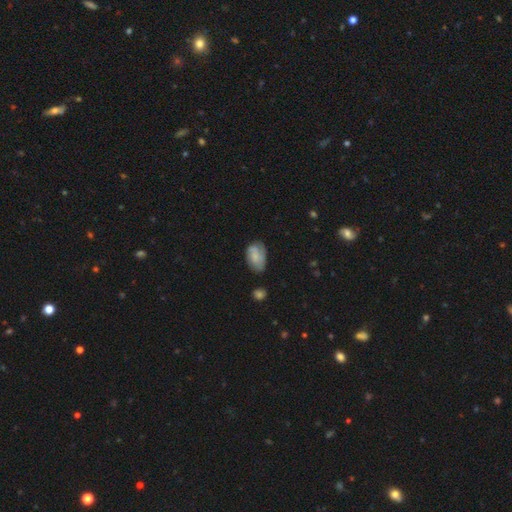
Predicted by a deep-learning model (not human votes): Smooth or featured: smooth — 66% (featured or disk — 27%)
How rounded: in between — 90% (round — 9%)
Merging: none — 53% (minor disturbance — 34%)